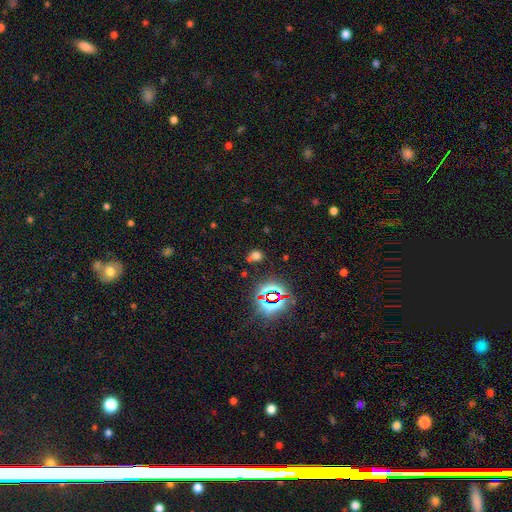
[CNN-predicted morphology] smooth-or-featured: smooth: 54% | star or artifact: 38% | featured or disk: 8%
  how-rounded: round: 60% | in between: 39% | cigar-shaped: 2%
  merging: none: 62% | merger: 19% | minor disturbance: 13% | major disturbance: 6%